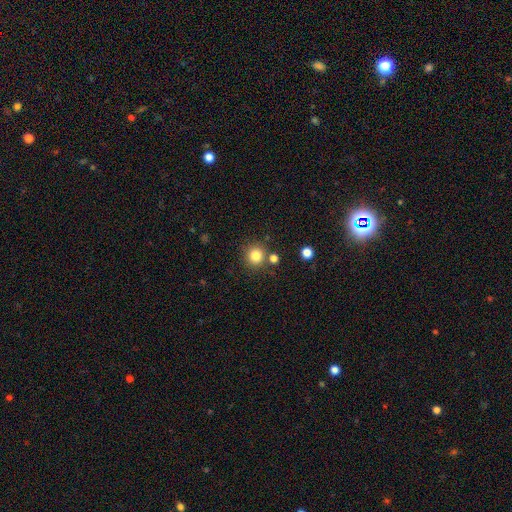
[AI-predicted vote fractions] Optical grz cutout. It shows a smooth galaxy with no disk features (82%) that is round (92%). Merging: none (80%).